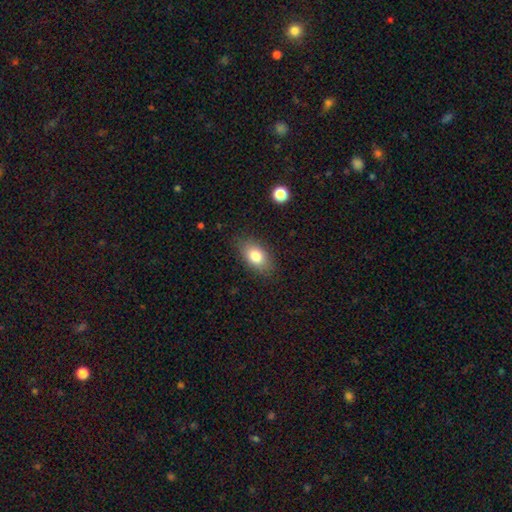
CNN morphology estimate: The model was most divided on "smooth or featured": smooth: 81%, featured or disk: 11%, star or artifact: 8%. More confident: how rounded — in between (88%); merging — none (84%).